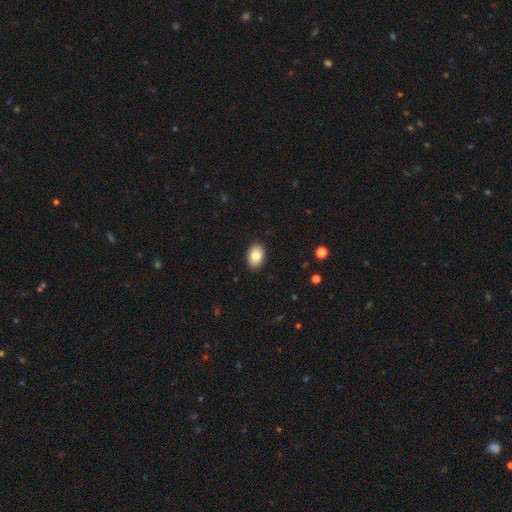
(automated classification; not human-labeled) The model was most divided on "how rounded": in between: 84%, round: 15%, cigar-shaped: 1%. More confident: merging — none (90%); smooth or featured — smooth (82%).